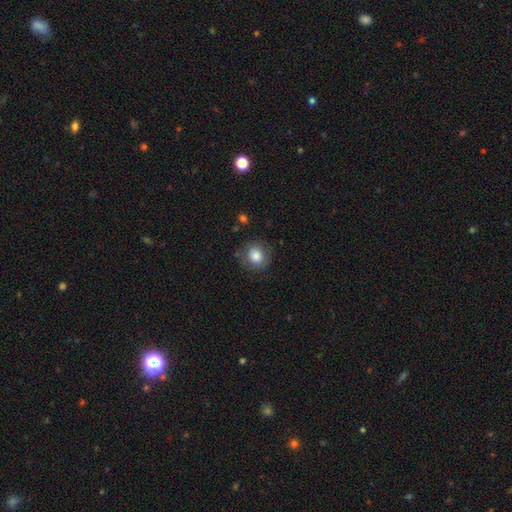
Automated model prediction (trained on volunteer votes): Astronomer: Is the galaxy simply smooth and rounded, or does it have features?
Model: smooth — 82%.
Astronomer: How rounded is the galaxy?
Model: round — 83%.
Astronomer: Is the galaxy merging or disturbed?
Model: none — 80%.